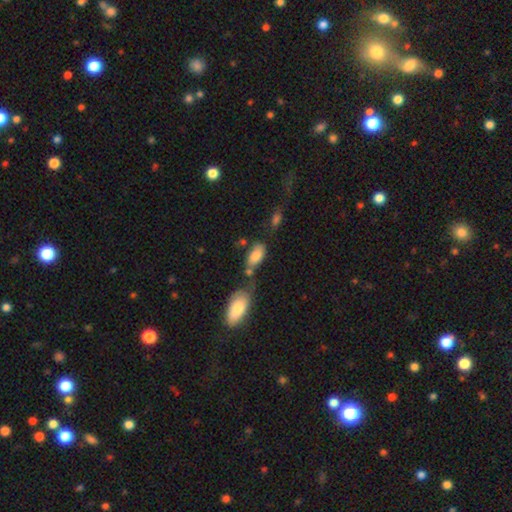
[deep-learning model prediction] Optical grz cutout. It shows a smooth galaxy with no disk features (81%) that is in between round and cigar-shaped (91%). Merging: none (38%).